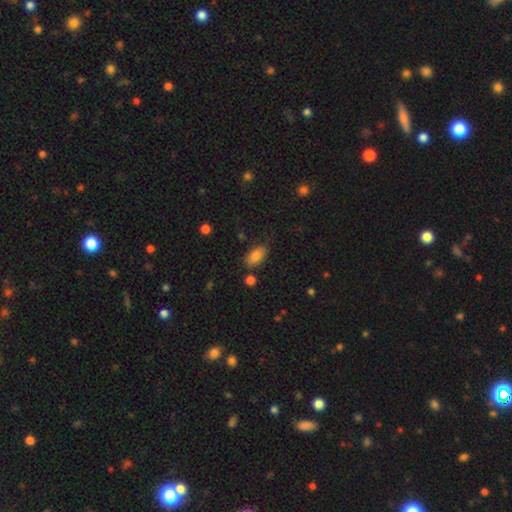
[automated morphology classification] This is clearly a smooth galaxy (84%). How rounded: clearly in between (92%). Merging: likely none (76%).